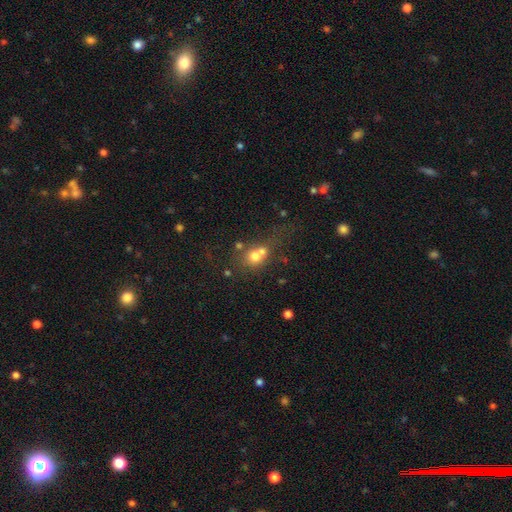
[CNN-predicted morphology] A smooth galaxy with no disk features (63%) that is round (74%). Merging: merger (56%).